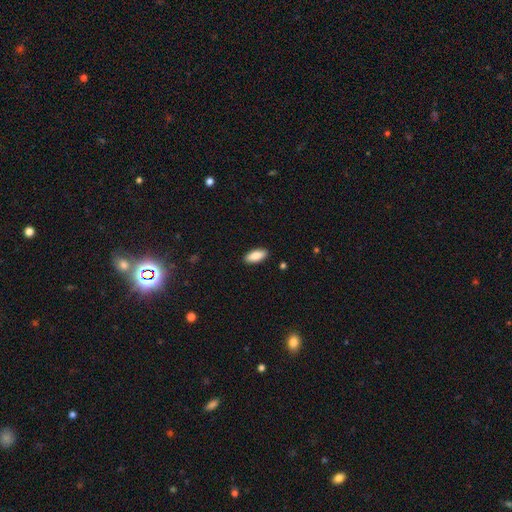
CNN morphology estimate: Q: Smooth or featured?
A: smooth (86%); runner-up: featured or disk (8%)
Q: How rounded?
A: in between (86%); runner-up: cigar-shaped (12%)
Q: Merging?
A: none (90%); runner-up: minor disturbance (7%)